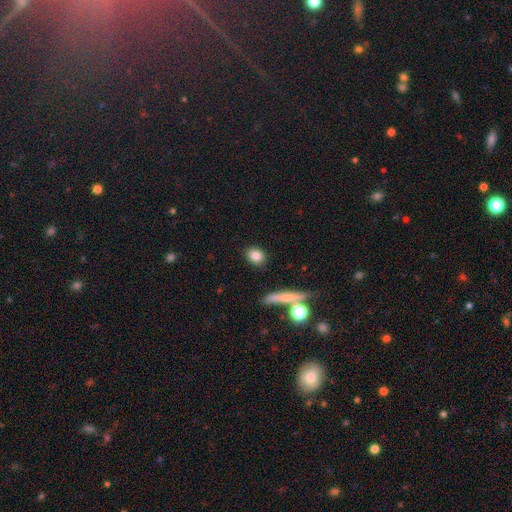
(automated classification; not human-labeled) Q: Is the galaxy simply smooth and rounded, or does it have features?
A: smooth — 83%.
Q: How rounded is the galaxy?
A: round — 54%.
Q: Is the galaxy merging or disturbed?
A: none — 86%.